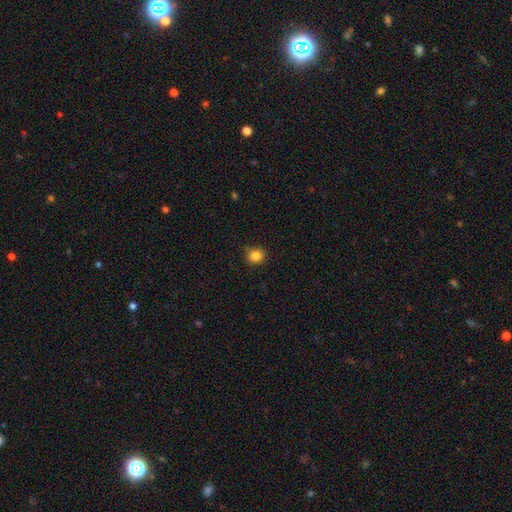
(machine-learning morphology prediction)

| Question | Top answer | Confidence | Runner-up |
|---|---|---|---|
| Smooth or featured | smooth | 85% | star or artifact (11%) |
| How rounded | round | 79% | in between (20%) |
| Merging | none | 83% | minor disturbance (13%) |